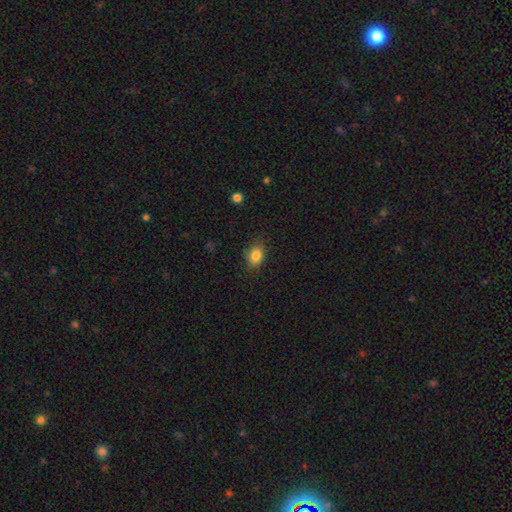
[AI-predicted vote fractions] smooth_or_featured: smooth (p=0.85) [alt: star or artifact p=0.09]
how_rounded: in between (p=0.72) [alt: round p=0.27]
merging: none (p=0.82) [alt: minor disturbance p=0.13]